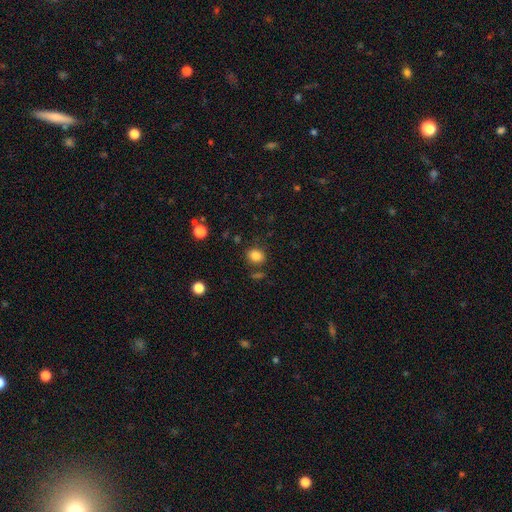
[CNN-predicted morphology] A smooth galaxy with no disk features (83%) that is round (53%). Merging: none (79%).